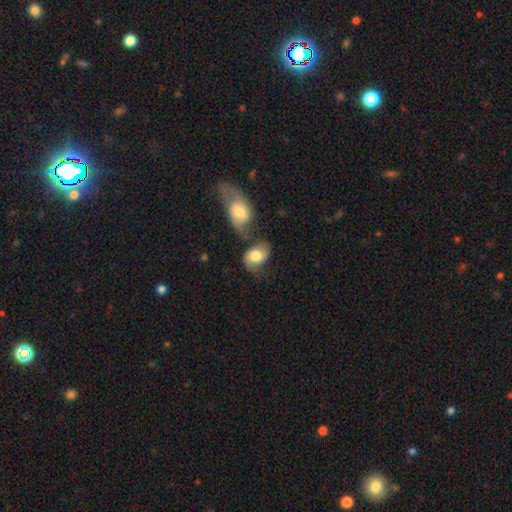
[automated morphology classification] This is possibly a smooth galaxy (51%). How rounded: likely in between (72%). Merging: marginally merger (37%).